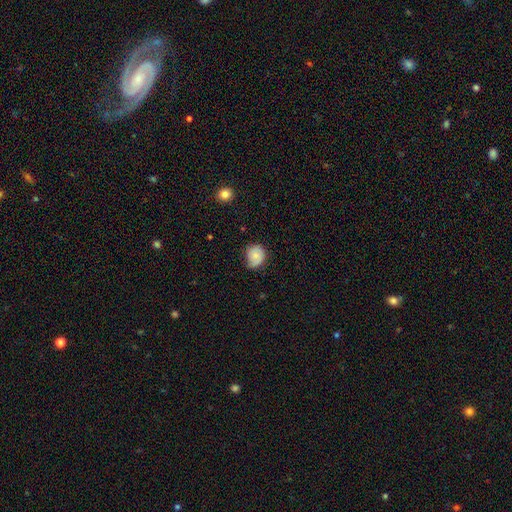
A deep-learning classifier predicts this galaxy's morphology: Smooth or featured? Predicted: smooth (p=0.69). How rounded? Predicted: round (p=0.66). Merging? Predicted: none (p=0.49).